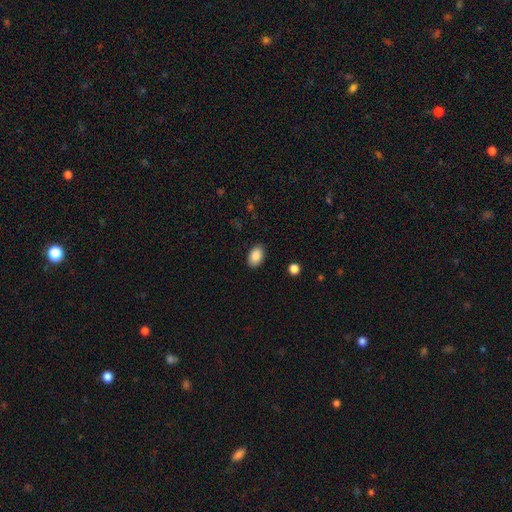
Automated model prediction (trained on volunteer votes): The model was most divided on "how rounded": in between: 85%, round: 13%, cigar-shaped: 1%. More confident: merging — none (88%); smooth or featured — smooth (87%).